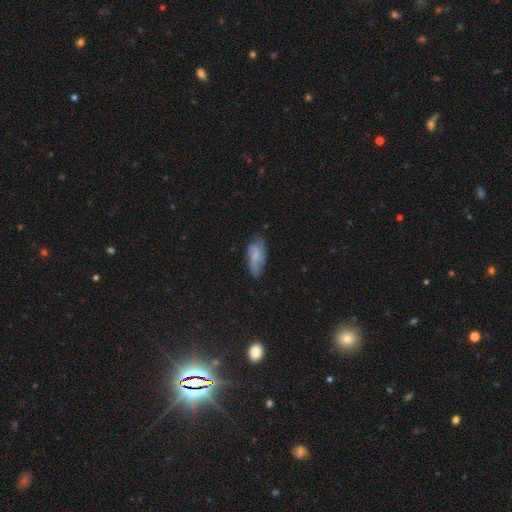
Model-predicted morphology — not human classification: This is possibly a featured or disk galaxy (46%). Merging: possibly none (58%).